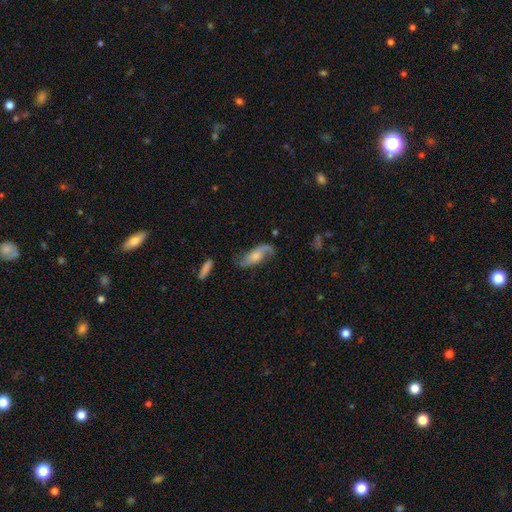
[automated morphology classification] The model was most divided on "bulge size": moderate: 42%, small: 22%, large: 20%, none: 13%, dominant: 3%. More confident: spiral arms — yes (92%); edge-on disk — no (90%); spiral arm count — 2 (75%); smooth or featured — featured or disk (70%); spiral winding — loose (66%); bar — no (62%); merging — none (57%).